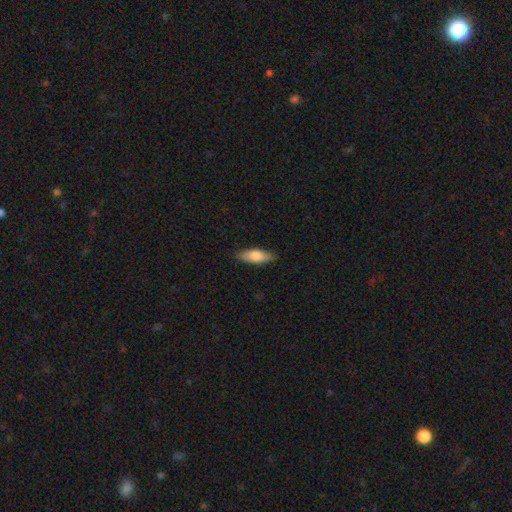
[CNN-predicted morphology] Smooth or featured?
  - smooth: 75% *
  - featured or disk: 20%
  - star or artifact: 6%
How rounded?
  - in between: 67% *
  - cigar-shaped: 31%
  - round: 2%
Merging?
  - none: 86% *
  - minor disturbance: 11%
  - major disturbance: 2%
  - merger: 1%